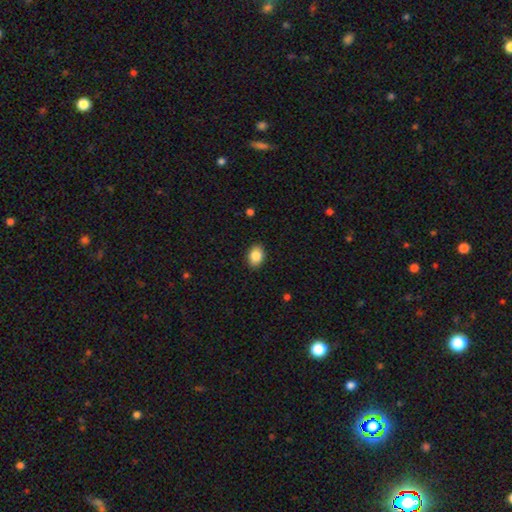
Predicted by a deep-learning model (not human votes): Smooth or featured? Predicted: smooth (p=0.86). How rounded? Predicted: in between (p=0.73). Merging? Predicted: none (p=0.89).